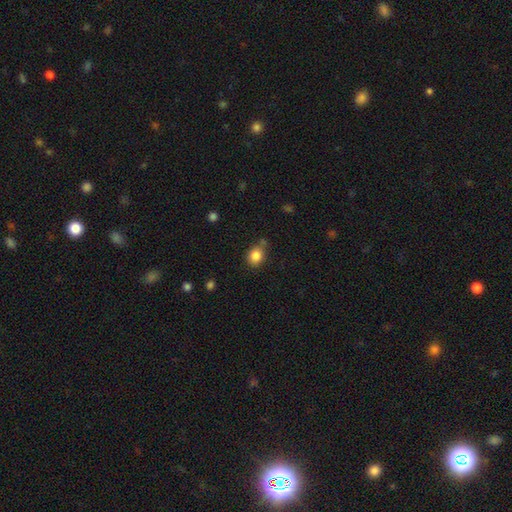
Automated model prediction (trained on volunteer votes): A smooth galaxy with no disk features (85%) that is round (70%). Merging: none (70%).